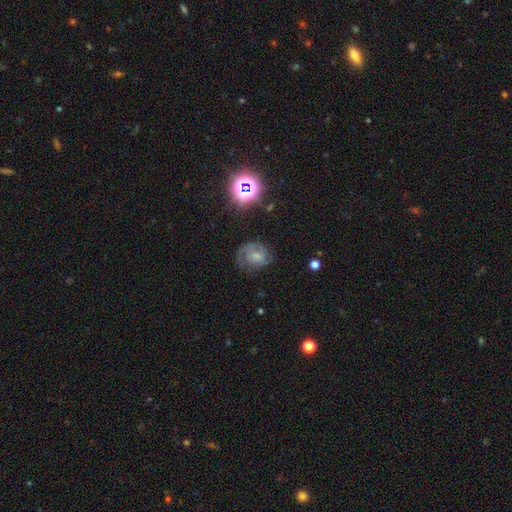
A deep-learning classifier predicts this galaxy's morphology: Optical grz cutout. It shows a featured or disk galaxy (64%) with no bar (57%), 2 (43%) medium (43%) spiral arms (90%) and a small central bulge (39%). Merging: none (62%).